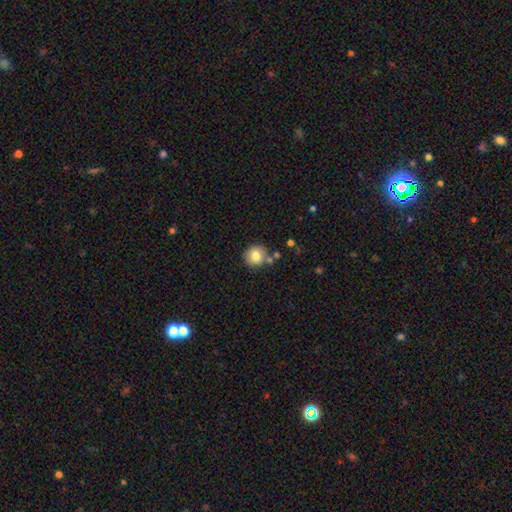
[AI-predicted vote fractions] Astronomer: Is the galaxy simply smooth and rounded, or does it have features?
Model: smooth — 80%.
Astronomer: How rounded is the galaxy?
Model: round — 91%.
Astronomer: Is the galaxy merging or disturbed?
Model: none — 77%.